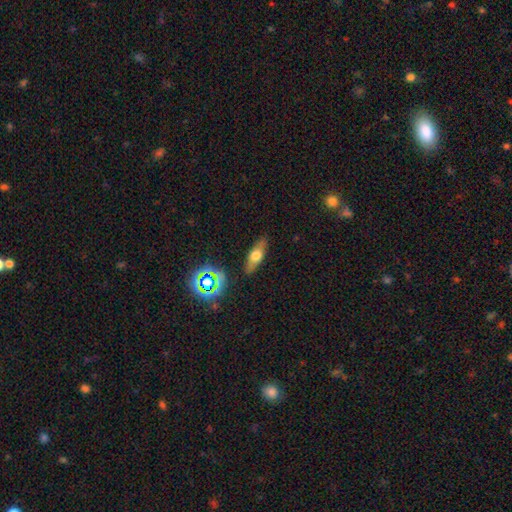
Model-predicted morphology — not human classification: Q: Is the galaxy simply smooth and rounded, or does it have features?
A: smooth — 52%.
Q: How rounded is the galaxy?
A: in between — 57%.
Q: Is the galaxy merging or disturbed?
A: none — 85%.